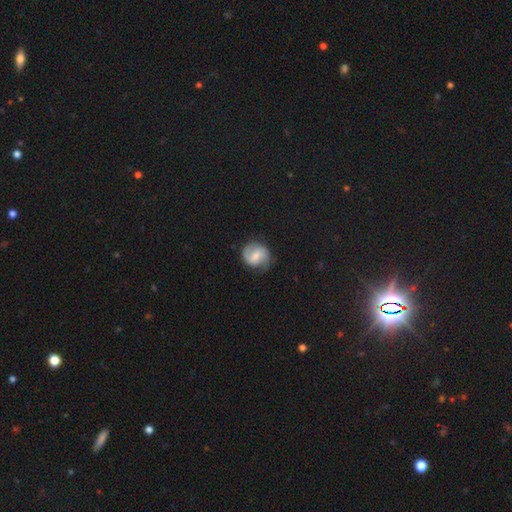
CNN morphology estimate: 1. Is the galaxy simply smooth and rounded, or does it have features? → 61% featured or disk, 32% smooth, 7% star or artifact.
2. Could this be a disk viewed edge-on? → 97% no, 3% yes.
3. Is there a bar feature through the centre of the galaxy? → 53% weak, 27% strong, 20% no.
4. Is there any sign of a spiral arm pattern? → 88% yes, 12% no.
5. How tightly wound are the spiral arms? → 45% medium, 30% tight, 25% loose.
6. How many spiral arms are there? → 74% 2, 13% 1, 9% can't tell, 1% 3, 1% 4, 1% more than 4.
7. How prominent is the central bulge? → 39% moderate, 34% small, 16% none, 9% large, 2% dominant.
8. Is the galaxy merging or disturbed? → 68% none, 22% minor disturbance, 9% major disturbance, 1% merger.